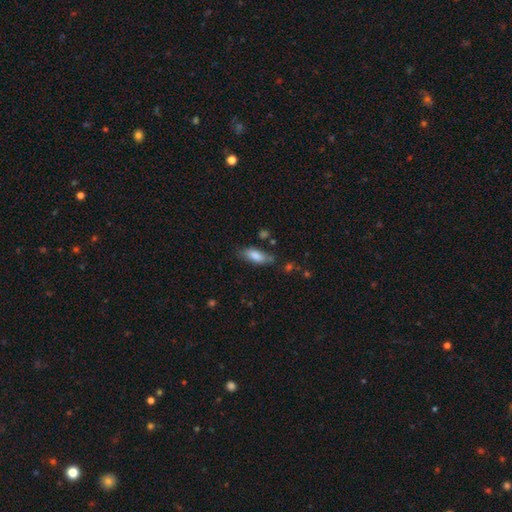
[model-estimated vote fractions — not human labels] Smooth or featured?
  - smooth: 81% *
  - featured or disk: 12%
  - star or artifact: 7%
How rounded?
  - in between: 72% *
  - cigar-shaped: 26%
  - round: 2%
Merging?
  - none: 69% *
  - minor disturbance: 21%
  - major disturbance: 6%
  - merger: 4%